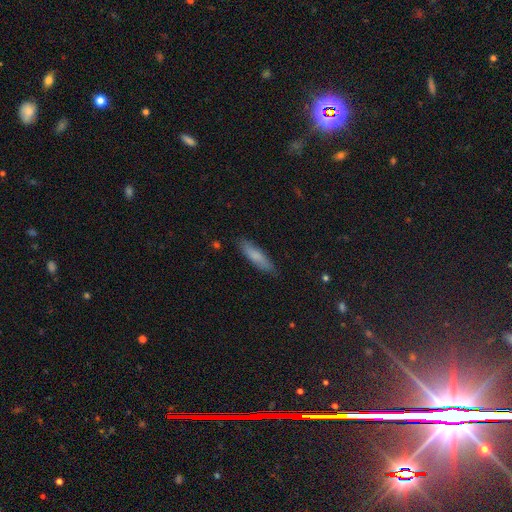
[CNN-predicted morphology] Smooth or featured? smooth (76%)
How rounded? cigar-shaped (71%)
Merging? none (85%)